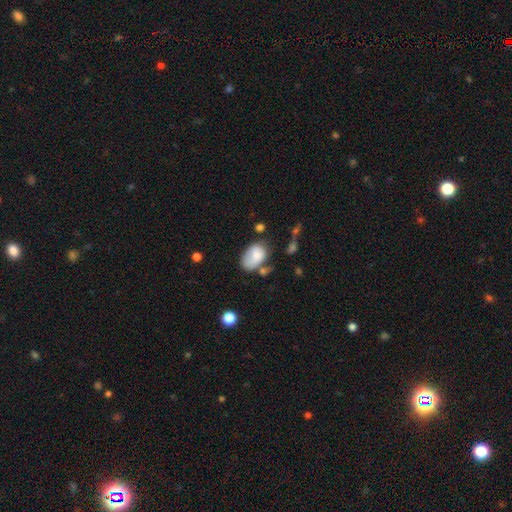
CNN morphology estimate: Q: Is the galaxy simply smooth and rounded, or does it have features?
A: smooth — 79%.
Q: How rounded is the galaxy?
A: in between — 87%.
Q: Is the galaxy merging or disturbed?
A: none — 41%.